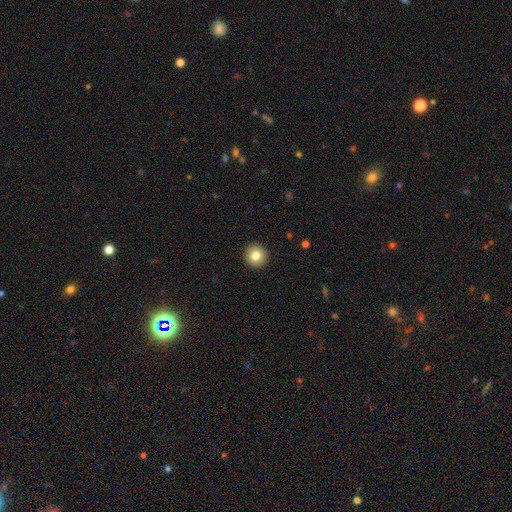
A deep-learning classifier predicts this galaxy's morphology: type=smooth (81%); roundness=round (95%); merging=none (93%).